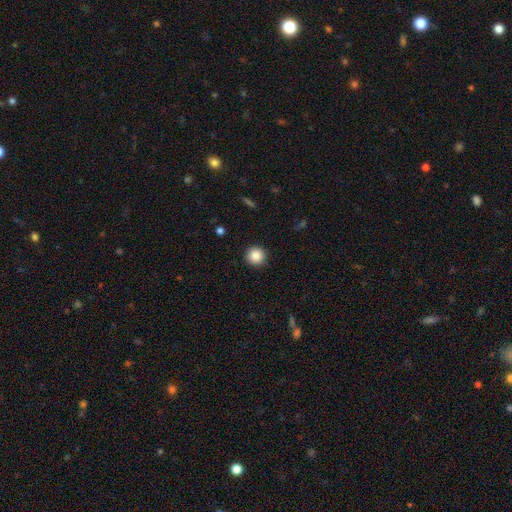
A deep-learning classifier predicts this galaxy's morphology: A smooth galaxy with no disk features (86%) that is round (95%). Merging: none (92%).